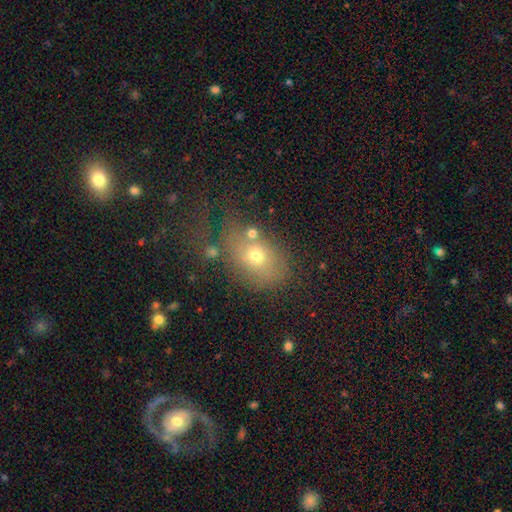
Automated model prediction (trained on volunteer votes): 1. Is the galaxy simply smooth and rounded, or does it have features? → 63% smooth, 23% featured or disk, 14% star or artifact.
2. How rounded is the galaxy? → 63% in between, 36% round, 1% cigar-shaped.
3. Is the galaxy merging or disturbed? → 43% none, 22% major disturbance, 20% minor disturbance, 15% merger.